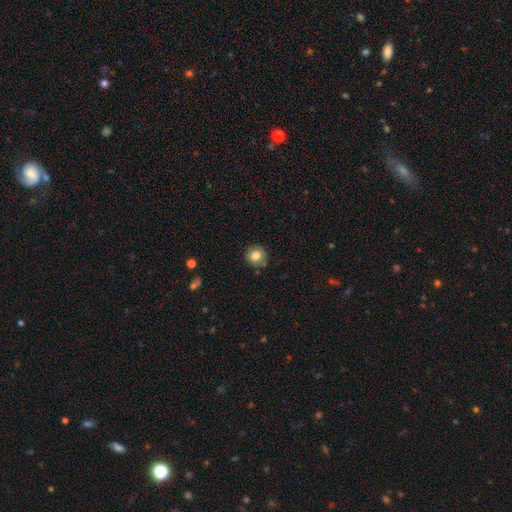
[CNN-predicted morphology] This appears to be a smooth galaxy with no disk features (80%) that is round (90%). Merging: none (81%).